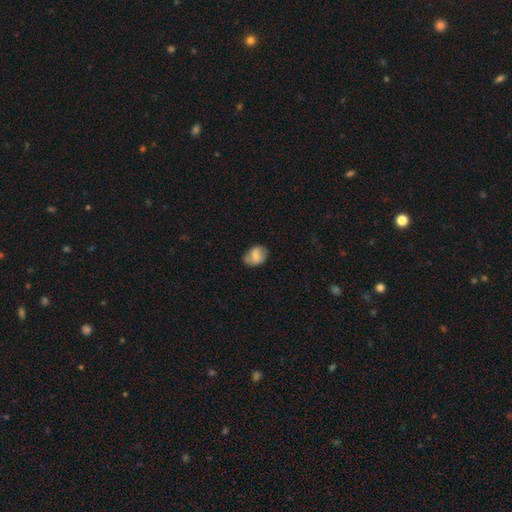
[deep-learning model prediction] A smooth galaxy with no disk features (62%) that is in between round and cigar-shaped (64%).

Vote fractions:
- Smooth or featured? smooth: 62% / featured or disk: 30% / star or artifact: 8%
- How rounded? in between: 64% / round: 35% / cigar-shaped: 1%
- Merging? none: 63% / minor disturbance: 26% / major disturbance: 8% / merger: 3%